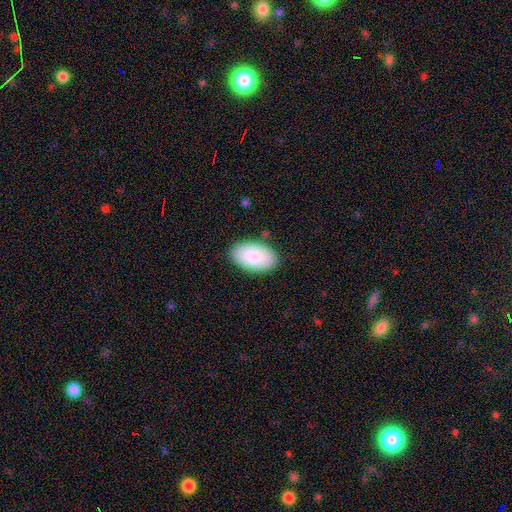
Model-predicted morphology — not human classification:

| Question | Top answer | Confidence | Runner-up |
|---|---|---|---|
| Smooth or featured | smooth | 86% | featured or disk (8%) |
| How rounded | in between | 95% | round (4%) |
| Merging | none | 86% | minor disturbance (10%) |